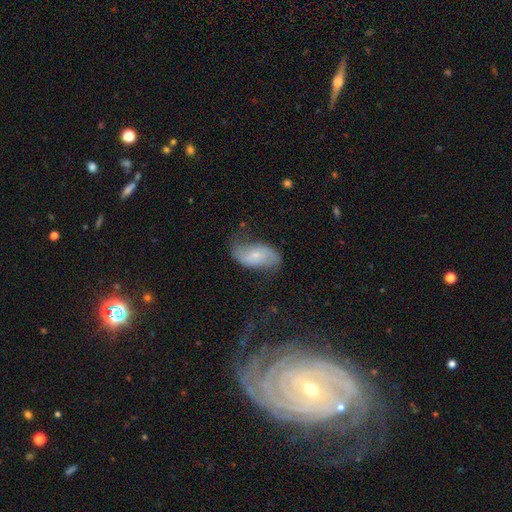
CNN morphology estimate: featured or disk 58%, smooth 34%, star or artifact 8%. Down the decision tree: edge-on disk — no (95%); bar — no (54%); spiral arms — yes (84%); bulge size — small (68%); merging — none (55%).